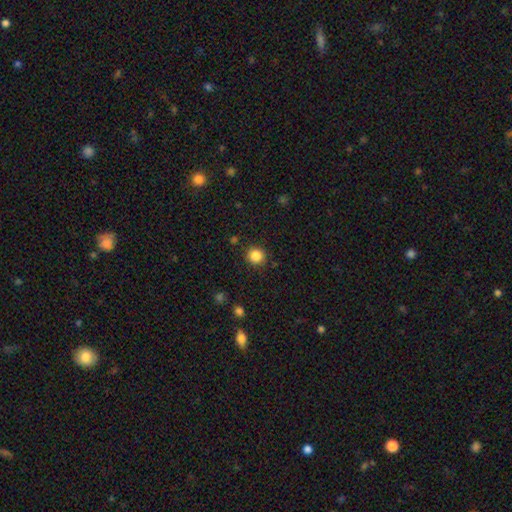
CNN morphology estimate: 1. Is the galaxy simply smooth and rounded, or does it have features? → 85% smooth, 11% star or artifact, 3% featured or disk.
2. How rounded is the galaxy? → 93% round, 6% in between, 1% cigar-shaped.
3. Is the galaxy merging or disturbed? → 90% none, 7% minor disturbance, 2% major disturbance, 2% merger.